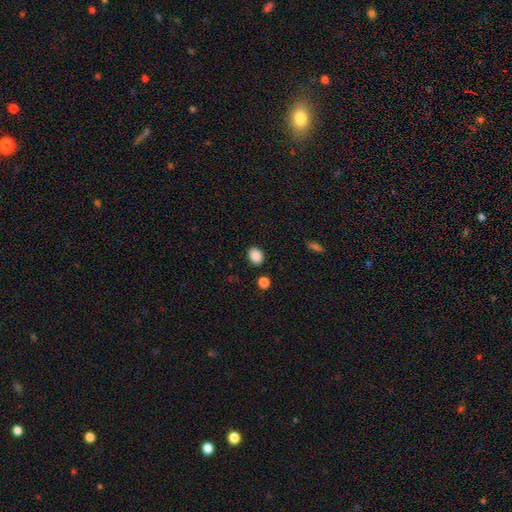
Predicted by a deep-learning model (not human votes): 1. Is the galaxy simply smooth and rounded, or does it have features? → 88% smooth, 9% star or artifact, 3% featured or disk.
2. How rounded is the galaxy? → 54% in between, 45% round, 1% cigar-shaped.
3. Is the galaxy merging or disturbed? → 86% none, 9% minor disturbance, 3% major disturbance, 3% merger.